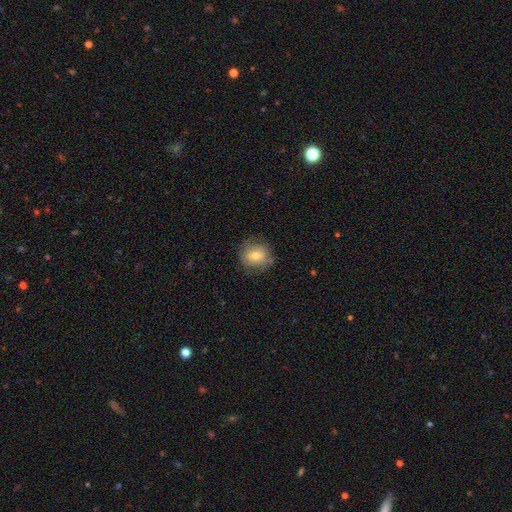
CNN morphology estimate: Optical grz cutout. It shows a smooth galaxy with no disk features (66%) that is round (76%). Merging: none (76%).